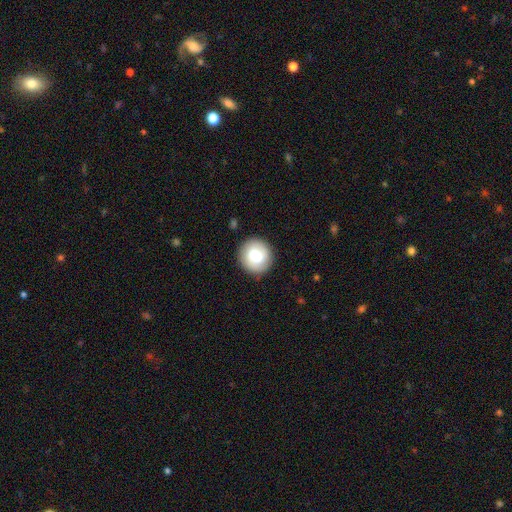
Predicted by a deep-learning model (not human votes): Smooth or featured: smooth — 72% (featured or disk — 21%)
How rounded: round — 89% (in between — 10%)
Merging: none — 89% (minor disturbance — 8%)